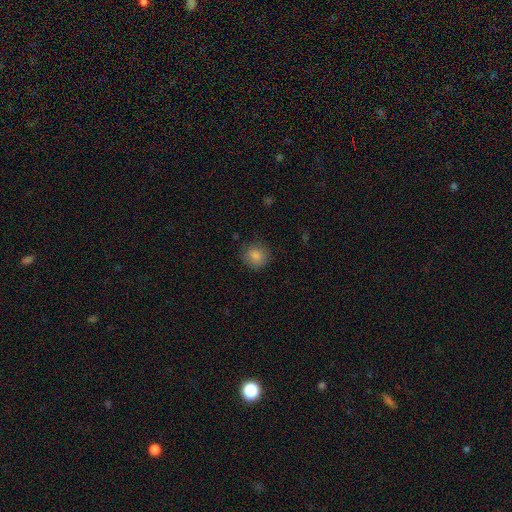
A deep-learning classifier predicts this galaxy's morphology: Smooth or featured?
  - smooth: 85% *
  - star or artifact: 9%
  - featured or disk: 6%
How rounded?
  - round: 86% *
  - in between: 13%
  - cigar-shaped: 1%
Merging?
  - none: 82% *
  - minor disturbance: 13%
  - major disturbance: 4%
  - merger: 1%